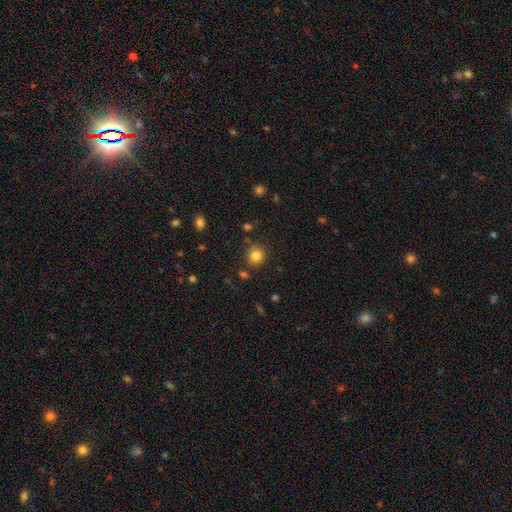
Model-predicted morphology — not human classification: Smooth or featured? smooth (82%)
How rounded? round (84%)
Merging? none (83%)